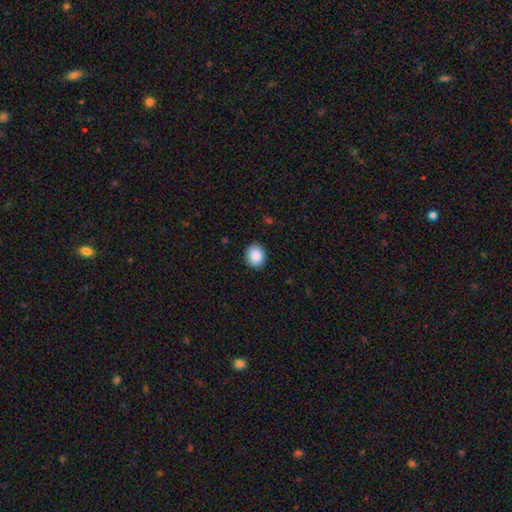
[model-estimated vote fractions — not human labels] This appears to be a smooth galaxy with no disk features (89%) that is round (75%). Merging: none (90%).